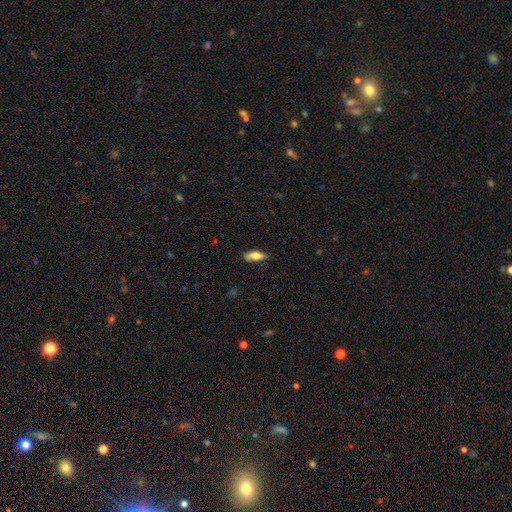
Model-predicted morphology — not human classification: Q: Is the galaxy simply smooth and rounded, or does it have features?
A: smooth — 67%.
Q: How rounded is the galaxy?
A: in between — 67%.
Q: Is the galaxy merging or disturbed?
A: none — 76%.